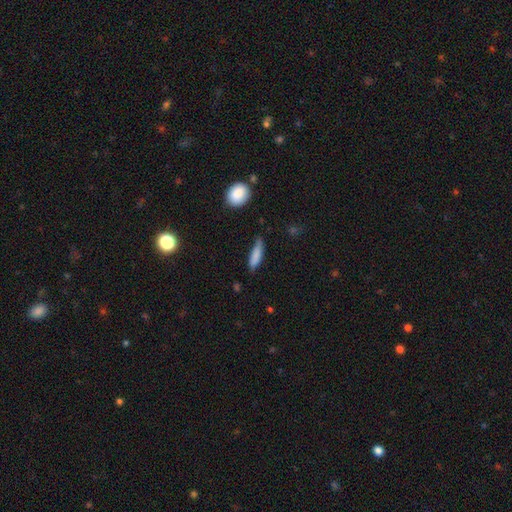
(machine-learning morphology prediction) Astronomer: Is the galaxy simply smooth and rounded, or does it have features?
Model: smooth — 80%.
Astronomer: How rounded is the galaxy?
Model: cigar-shaped — 65%.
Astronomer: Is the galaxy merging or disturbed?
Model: none — 58%.